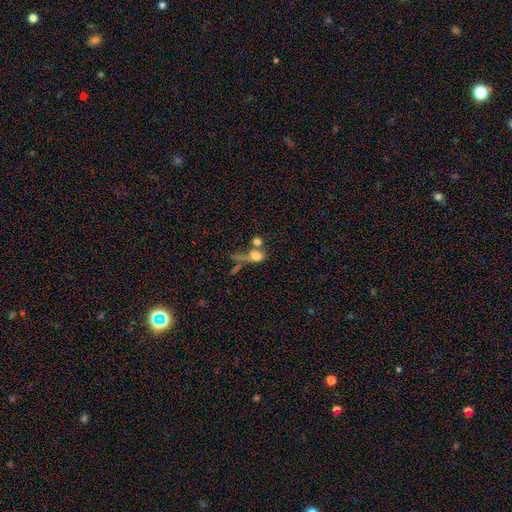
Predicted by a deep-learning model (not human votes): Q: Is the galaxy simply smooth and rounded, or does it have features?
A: smooth — 65%.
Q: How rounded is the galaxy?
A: in between — 56%.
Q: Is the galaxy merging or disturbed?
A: merger — 44%.